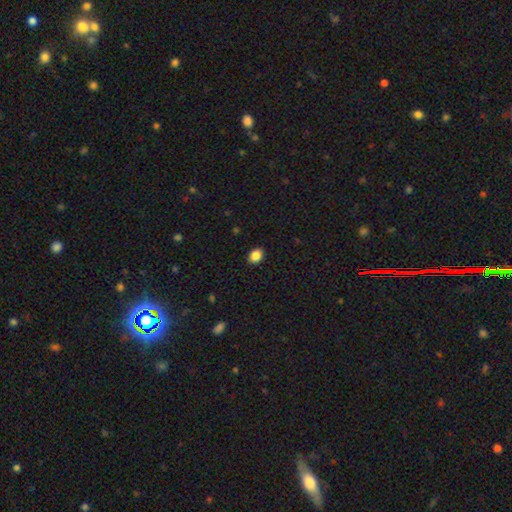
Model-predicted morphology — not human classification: smooth 88%, star or artifact 9%, featured or disk 3%. Down the decision tree: how rounded — in between (54%); merging — none (91%).